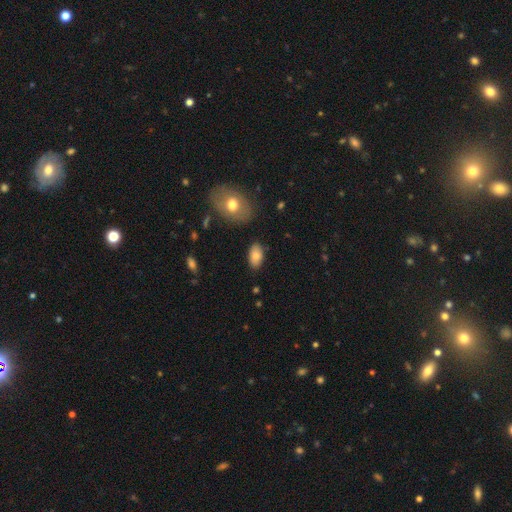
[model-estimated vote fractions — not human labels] Q: Smooth or featured?
A: smooth (80%); runner-up: featured or disk (12%)
Q: How rounded?
A: in between (93%); runner-up: round (5%)
Q: Merging?
A: none (84%); runner-up: minor disturbance (11%)